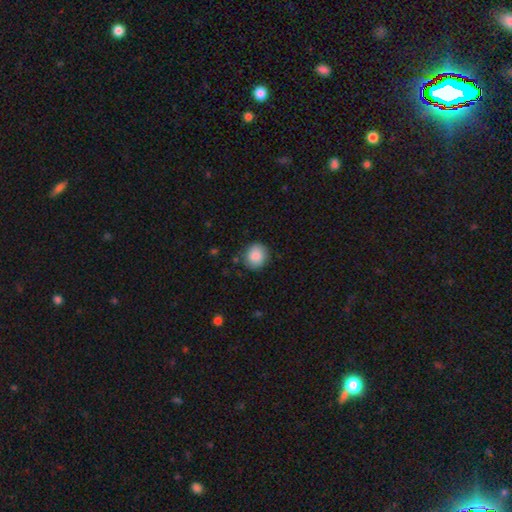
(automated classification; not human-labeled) Smooth or featured?
  - smooth: 88% *
  - star or artifact: 7%
  - featured or disk: 5%
How rounded?
  - round: 83% *
  - in between: 16%
  - cigar-shaped: 1%
Merging?
  - none: 84% *
  - minor disturbance: 11%
  - major disturbance: 3%
  - merger: 1%